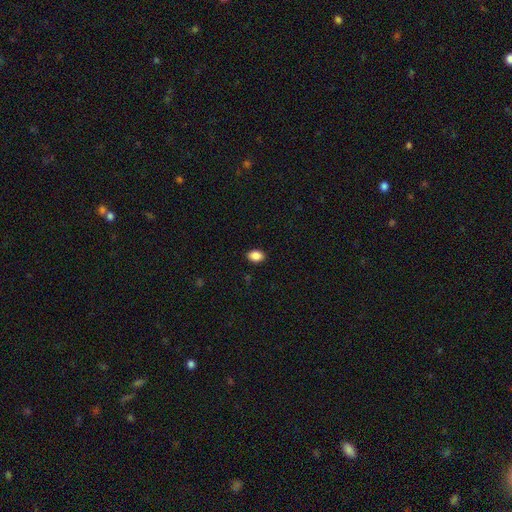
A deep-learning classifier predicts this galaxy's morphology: type=smooth (88%); roundness=in between (80%); merging=none (89%).